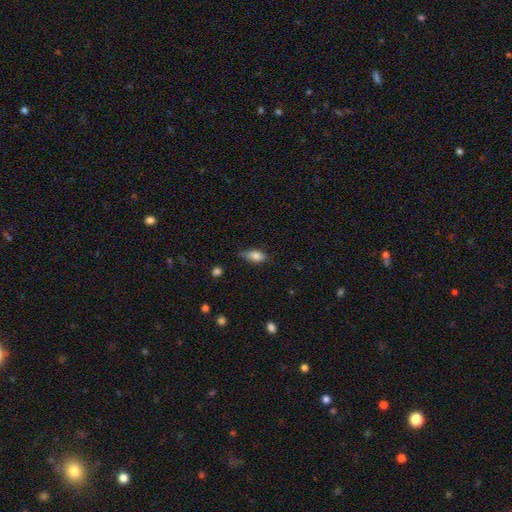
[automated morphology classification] Smooth or featured? smooth (82%)
How rounded? in between (86%)
Merging? none (62%)